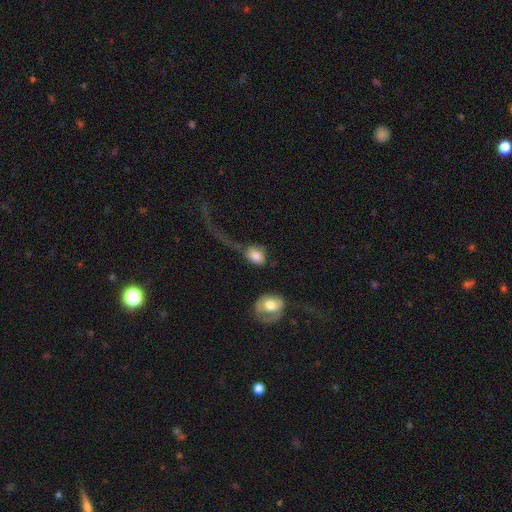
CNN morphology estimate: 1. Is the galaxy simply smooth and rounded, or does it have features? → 74% smooth, 18% featured or disk, 8% star or artifact.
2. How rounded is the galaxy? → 67% in between, 31% round, 2% cigar-shaped.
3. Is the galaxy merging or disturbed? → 38% major disturbance, 25% none, 22% merger, 15% minor disturbance.